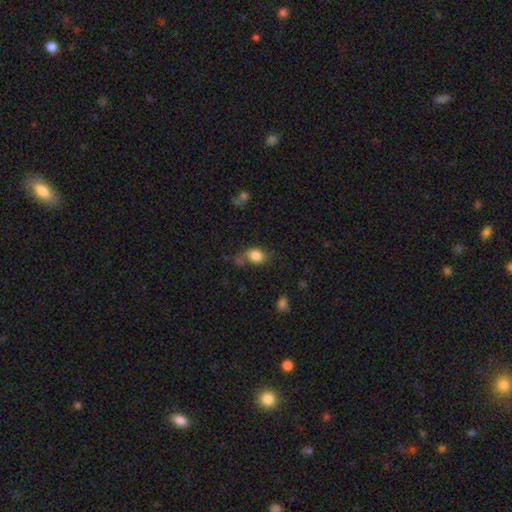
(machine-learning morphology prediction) This is clearly a smooth galaxy (83%). How rounded: likely in between (63%). Merging: likely none (62%).